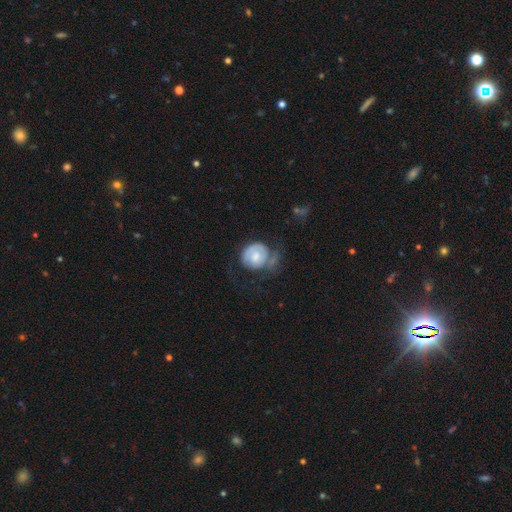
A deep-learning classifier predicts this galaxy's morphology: smooth-or-featured: featured or disk: 49% | smooth: 44% | star or artifact: 7%
  merging: none: 38% | major disturbance: 31% | minor disturbance: 27% | merger: 4%